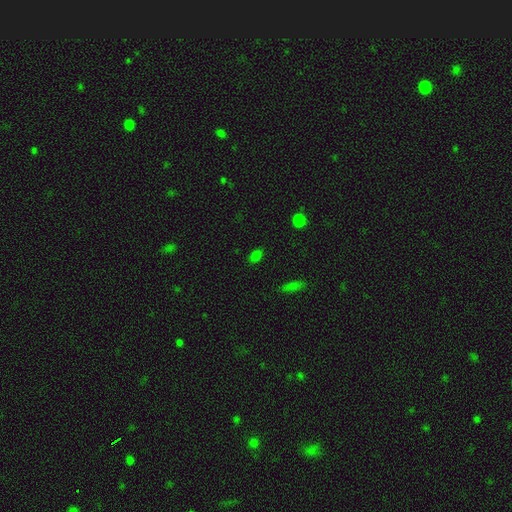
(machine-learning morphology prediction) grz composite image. It shows a smooth galaxy with no disk features (74%) that is in between round and cigar-shaped (80%). Merging: none (84%).